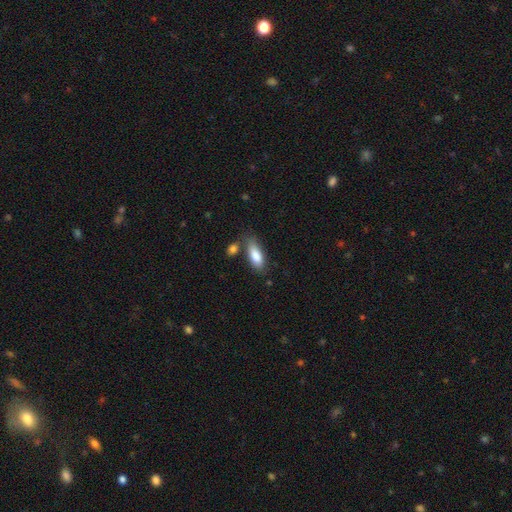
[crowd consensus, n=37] Smooth or featured? smooth (84%)
How rounded? in between (74%)
Merging? none (63%)